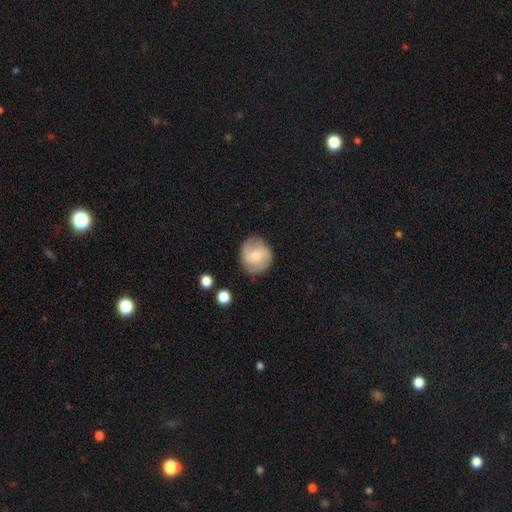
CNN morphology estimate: Overall: featured or disk (58%; smooth 35%). Edge-on disk: no (97%). Bar: no (59%; weak 34%). Spiral arms: yes (90%). Spiral arm count: 2 (60%). Spiral winding: medium (46%; tight 33%). Bulge size: moderate (47%, tied with small). Merging: none (79%).